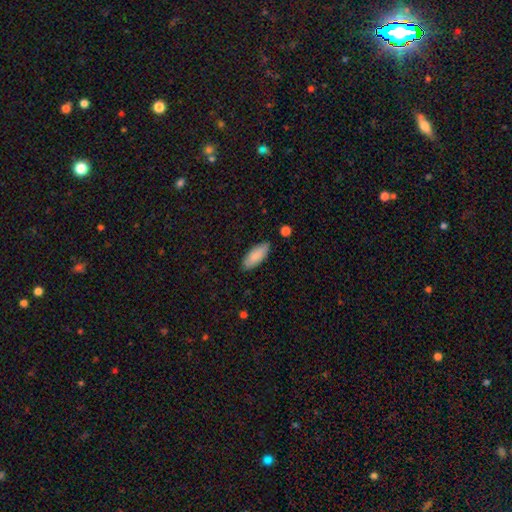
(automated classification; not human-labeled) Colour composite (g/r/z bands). It shows a smooth galaxy with no disk features (87%) that is in between round and cigar-shaped (80%). Merging: none (86%).